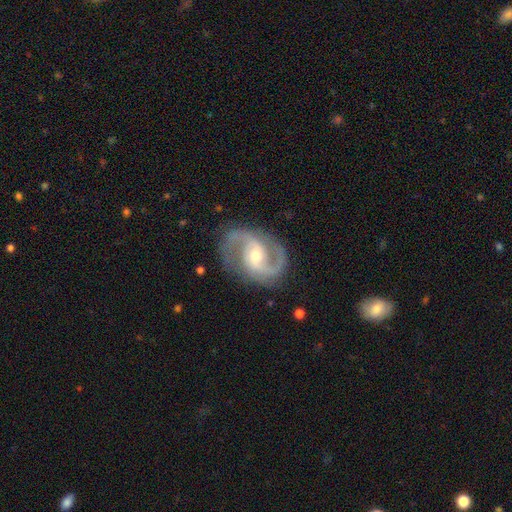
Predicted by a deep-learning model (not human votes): A featured or disk galaxy (92%) with a weak bar (44%), 2 (93%) medium (59%) spiral arms (98%) and a moderate central bulge (54%). Merging: none (82%).